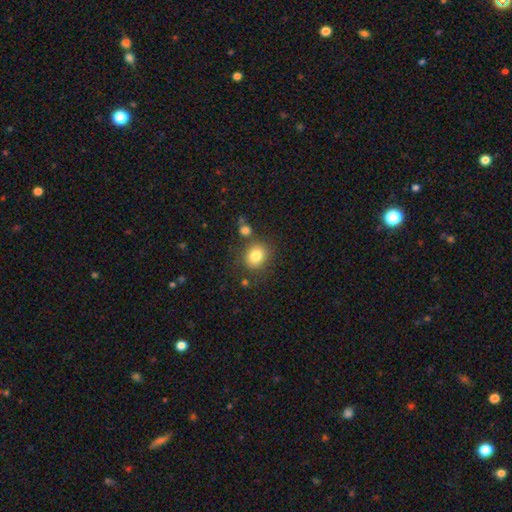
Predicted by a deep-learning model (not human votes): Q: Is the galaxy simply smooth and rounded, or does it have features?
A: smooth — 82%.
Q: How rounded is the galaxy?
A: round — 68%.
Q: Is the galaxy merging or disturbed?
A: none — 75%.